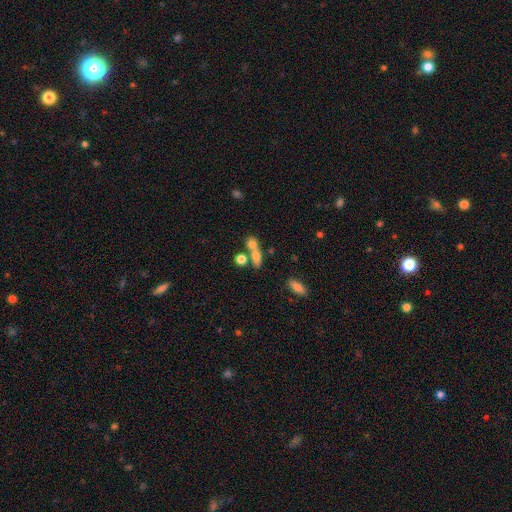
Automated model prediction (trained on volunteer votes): The model was most divided on "merging": merger: 47%, none: 37%, minor disturbance: 9%, major disturbance: 6%. More confident: smooth or featured — smooth (70%); how rounded — in between (50%).